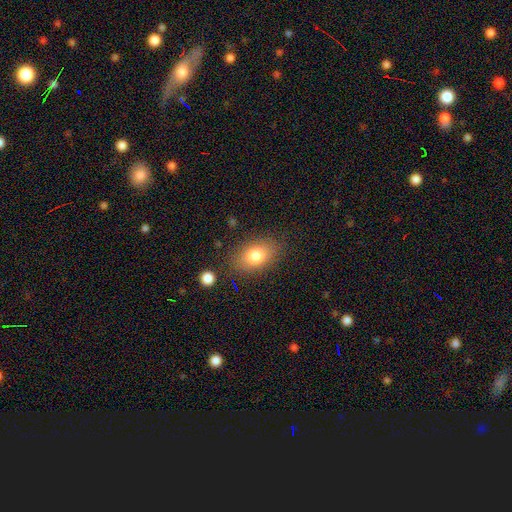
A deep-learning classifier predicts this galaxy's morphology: Q: Smooth or featured?
A: smooth (79%); runner-up: featured or disk (12%)
Q: How rounded?
A: in between (81%); runner-up: round (18%)
Q: Merging?
A: none (81%); runner-up: minor disturbance (13%)